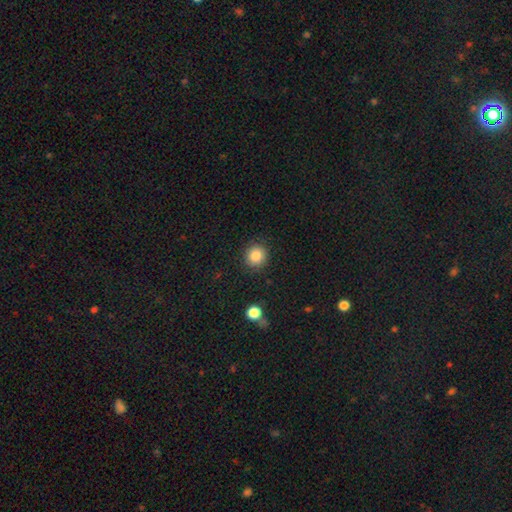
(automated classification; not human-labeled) smooth 85%, star or artifact 10%, featured or disk 5%. Down the decision tree: how rounded — round (91%); merging — none (89%).